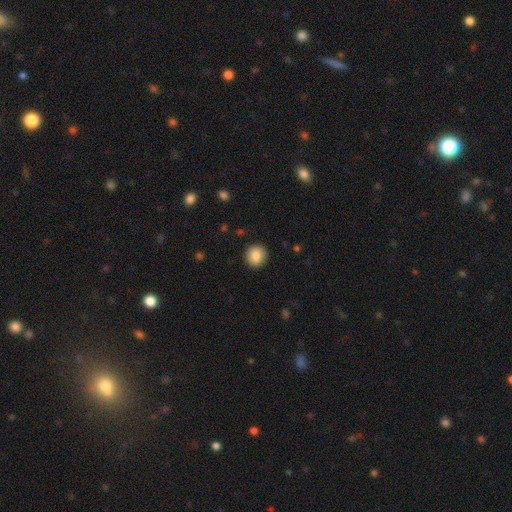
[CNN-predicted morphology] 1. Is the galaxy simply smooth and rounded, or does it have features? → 85% smooth, 8% star or artifact, 7% featured or disk.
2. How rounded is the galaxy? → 93% round, 7% in between, 1% cigar-shaped.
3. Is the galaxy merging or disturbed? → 91% none, 6% minor disturbance, 2% major disturbance, 1% merger.